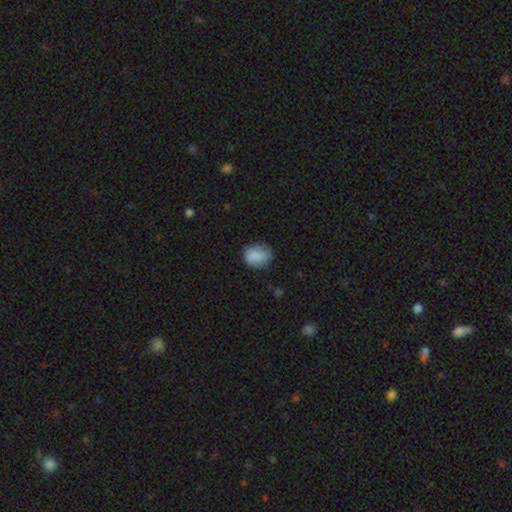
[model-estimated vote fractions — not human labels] Overall: smooth (76%). How rounded: round (53%; in between 46%). Merging: none (71%).